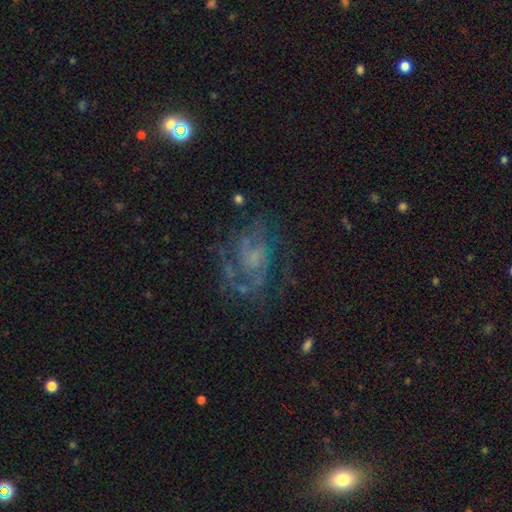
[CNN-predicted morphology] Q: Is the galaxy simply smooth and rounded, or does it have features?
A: featured or disk — 68%.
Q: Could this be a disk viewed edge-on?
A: no — 97%.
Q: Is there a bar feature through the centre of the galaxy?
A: no — 70%.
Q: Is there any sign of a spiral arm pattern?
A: yes — 81%.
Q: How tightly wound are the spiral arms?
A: medium — 45%.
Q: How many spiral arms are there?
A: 2 — 38%.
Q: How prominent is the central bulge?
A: none — 41%.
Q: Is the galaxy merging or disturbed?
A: none — 59%.